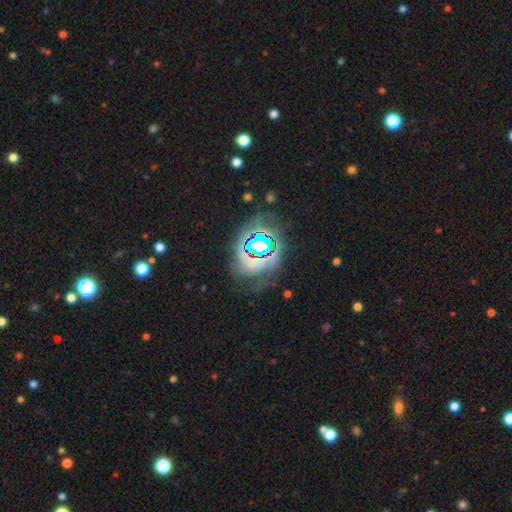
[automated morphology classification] smooth_or_featured: star or artifact (p=0.58) [alt: featured or disk p=0.25]